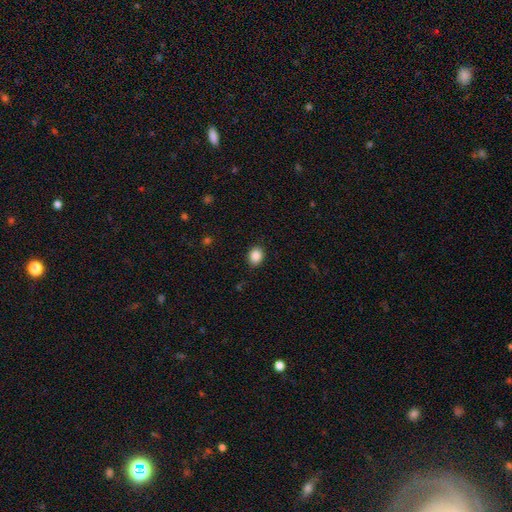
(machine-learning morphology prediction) smooth_or_featured: smooth (p=0.88) [alt: star or artifact p=0.09]
how_rounded: round (p=0.51) [alt: in between p=0.48]
merging: none (p=0.88) [alt: minor disturbance p=0.09]